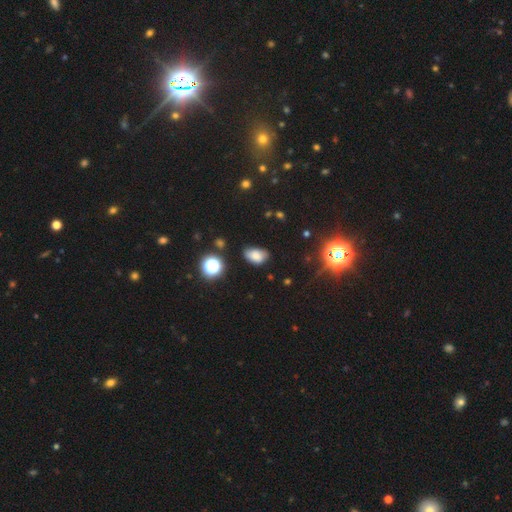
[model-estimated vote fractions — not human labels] This appears to be a smooth galaxy with no disk features (75%) that is in between round and cigar-shaped (87%). Merging: none (61%).